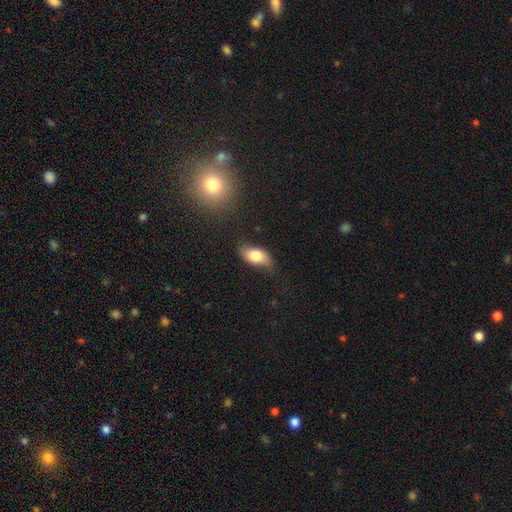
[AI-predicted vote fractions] Morphology: type=smooth (65%); roundness=in between (88%); merging=none (63%).